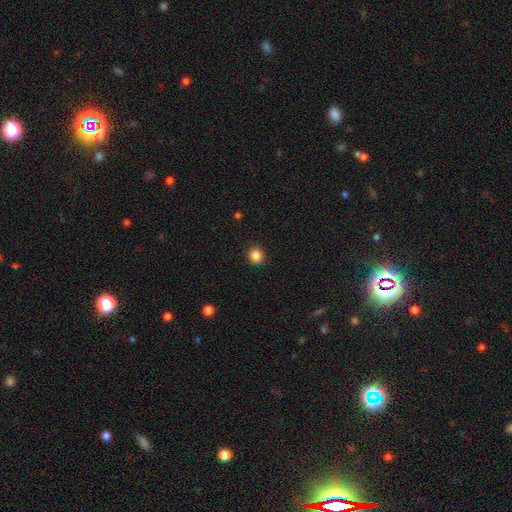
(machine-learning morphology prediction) Overall: smooth (86%). How rounded: round (81%). Merging: none (91%).